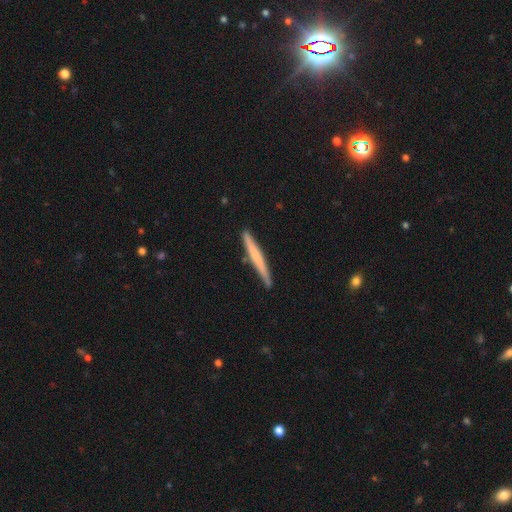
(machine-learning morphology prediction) Q: Smooth or featured?
A: smooth (54%); runner-up: featured or disk (41%)
Q: How rounded?
A: cigar-shaped (97%); runner-up: in between (2%)
Q: Merging?
A: none (86%); runner-up: minor disturbance (11%)